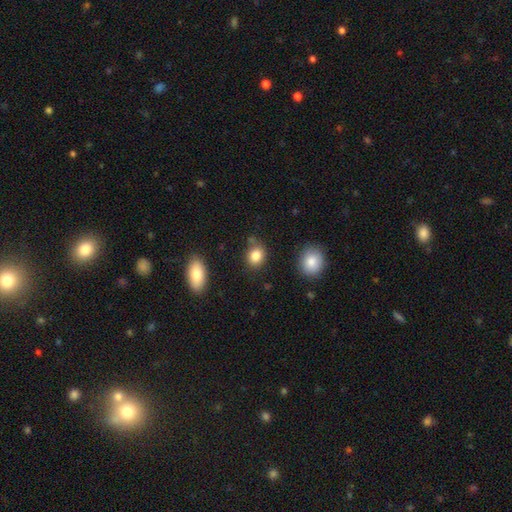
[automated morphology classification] Smooth or featured? smooth (84%)
How rounded? round (50%)
Merging? none (73%)